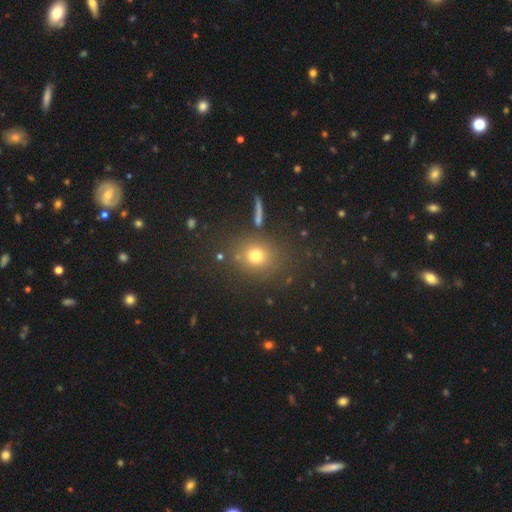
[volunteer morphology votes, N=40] Volunteers were most divided on "smooth or featured": smooth: 72%, featured or disk: 15%, star or artifact: 12%. More confident: how rounded — round (86%); merging — none (83%).